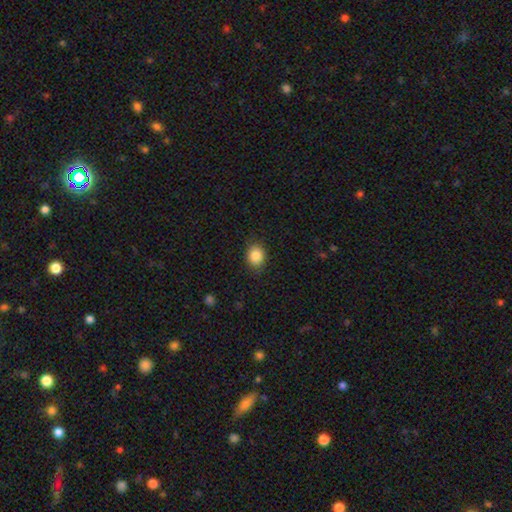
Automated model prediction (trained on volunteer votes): Smooth or featured: smooth — 86% (star or artifact — 9%)
How rounded: round — 57% (in between — 42%)
Merging: none — 87% (minor disturbance — 10%)